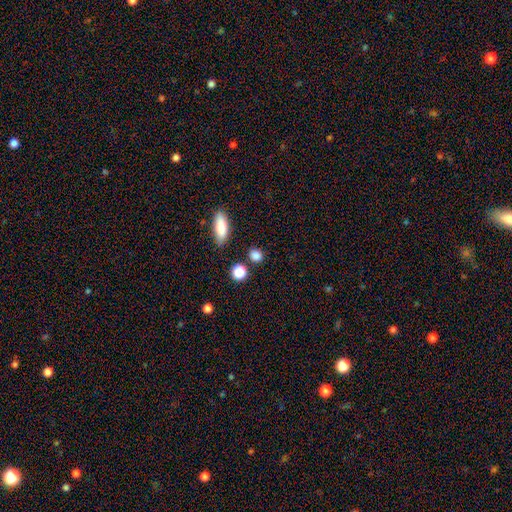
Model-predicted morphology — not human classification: Smooth or featured? Predicted: smooth (p=0.83). How rounded? Predicted: round (p=0.72). Merging? Predicted: none (p=0.82).